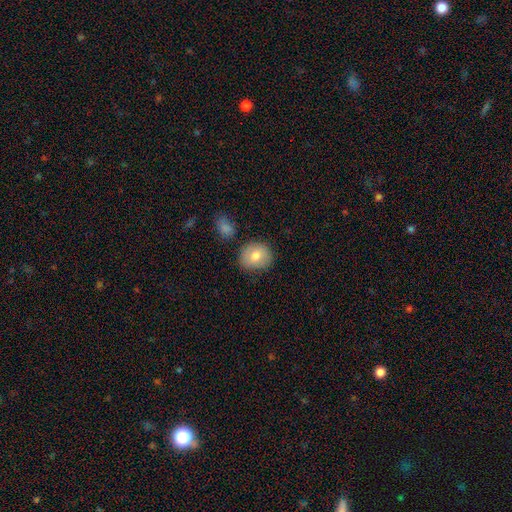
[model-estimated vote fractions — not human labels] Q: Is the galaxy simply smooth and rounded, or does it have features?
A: smooth — 76%.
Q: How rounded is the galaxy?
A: round — 70%.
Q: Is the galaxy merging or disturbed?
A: none — 78%.